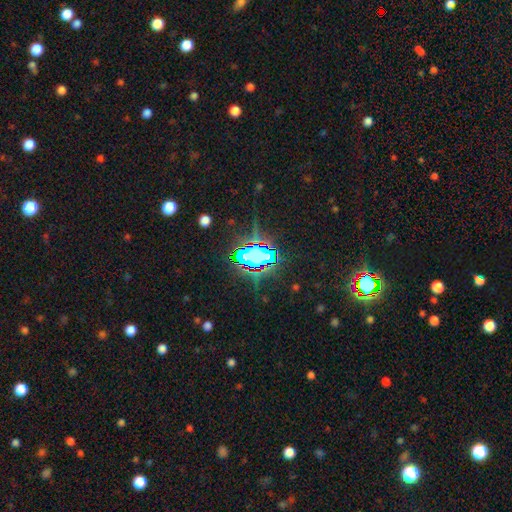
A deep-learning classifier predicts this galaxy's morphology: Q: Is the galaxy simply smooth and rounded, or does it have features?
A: star or artifact — 65%.